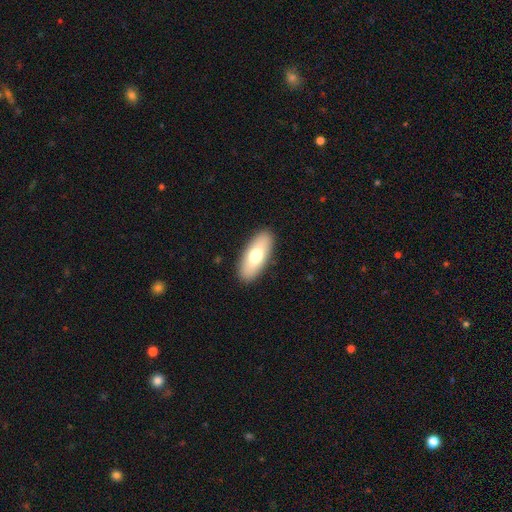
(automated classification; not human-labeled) This appears to be a smooth galaxy with no disk features (70%) that is in between round and cigar-shaped (82%). Merging: none (90%).